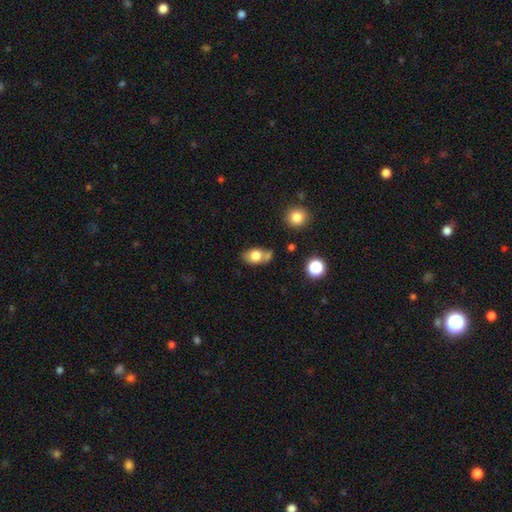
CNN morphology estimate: smooth_or_featured: smooth (p=0.76) [alt: featured or disk p=0.15]
how_rounded: in between (p=0.74) [alt: round p=0.24]
merging: none (p=0.50) [alt: merger p=0.22]